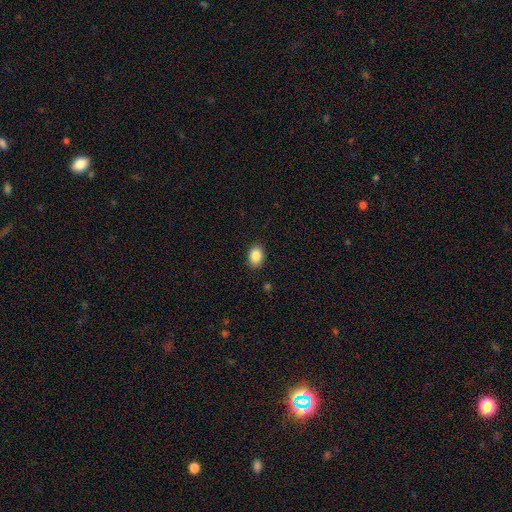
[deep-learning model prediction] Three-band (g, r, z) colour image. It shows a smooth galaxy with no disk features (88%) that is in between round and cigar-shaped (76%). Merging: none (89%).